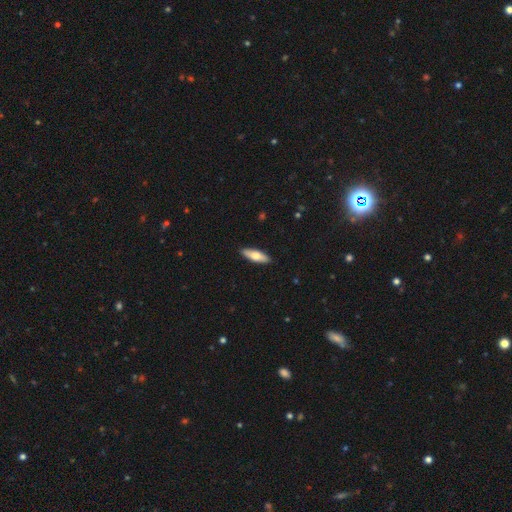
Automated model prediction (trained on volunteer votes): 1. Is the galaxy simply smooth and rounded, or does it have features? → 65% smooth, 29% featured or disk, 5% star or artifact.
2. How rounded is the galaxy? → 49% in between (tied), 49% cigar-shaped (tied), 2% round.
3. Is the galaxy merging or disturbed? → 90% none, 7% minor disturbance, 1% major disturbance, 1% merger.